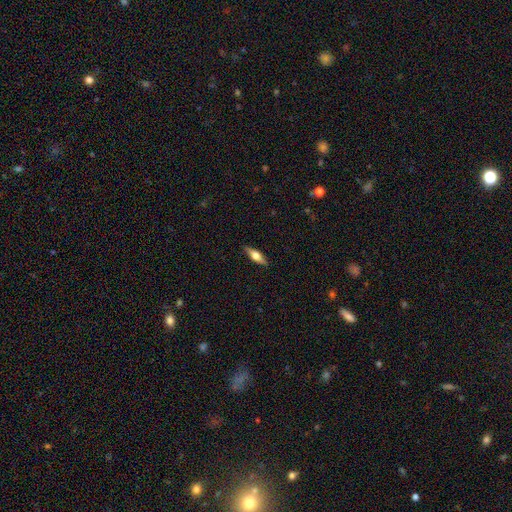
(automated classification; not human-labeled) A featured or disk galaxy (51%) viewed edge-on (92%). Merging: none (88%).